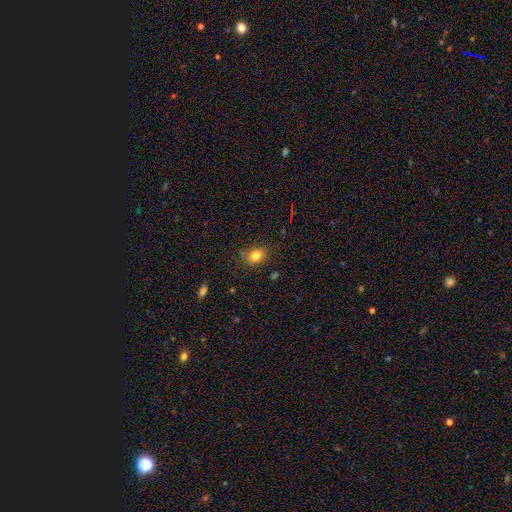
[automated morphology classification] Smooth or featured? smooth (81%)
How rounded? in between (66%)
Merging? none (79%)